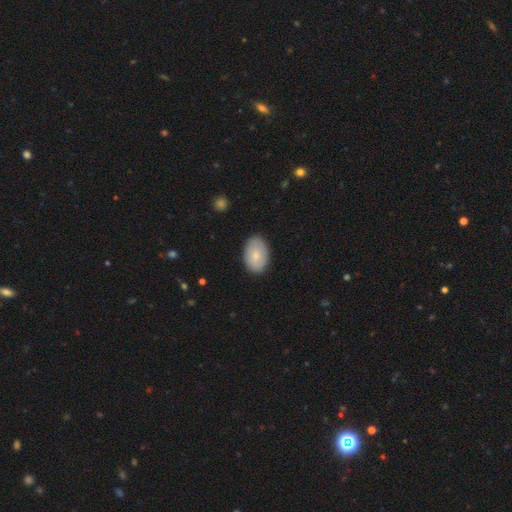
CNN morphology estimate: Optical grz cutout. It shows a smooth galaxy with no disk features (78%) that is in between round and cigar-shaped (87%). Merging: none (85%).